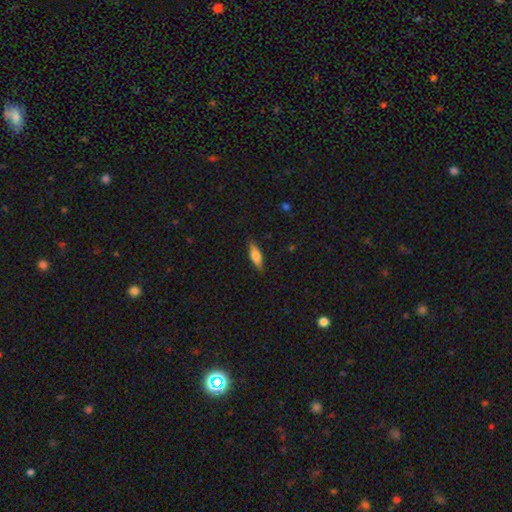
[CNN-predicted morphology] smooth-or-featured: smooth: 57% | featured or disk: 36% | star or artifact: 7%
  how-rounded: cigar-shaped: 50% | in between: 48% | round: 3%
  merging: none: 84% | minor disturbance: 12% | major disturbance: 2% | merger: 1%